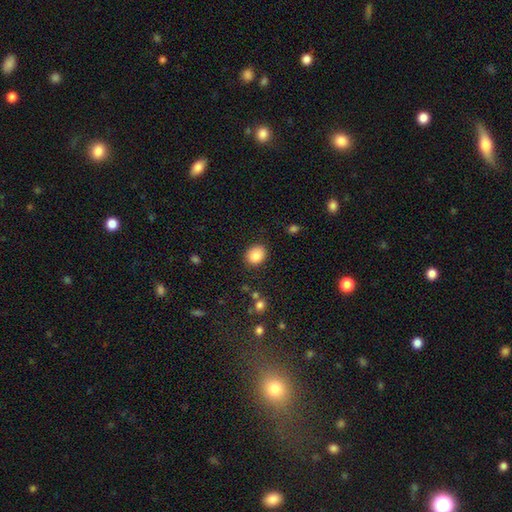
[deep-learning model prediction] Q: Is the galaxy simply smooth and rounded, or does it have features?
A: smooth — 85%.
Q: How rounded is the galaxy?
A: round — 58%.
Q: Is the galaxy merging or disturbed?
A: none — 87%.